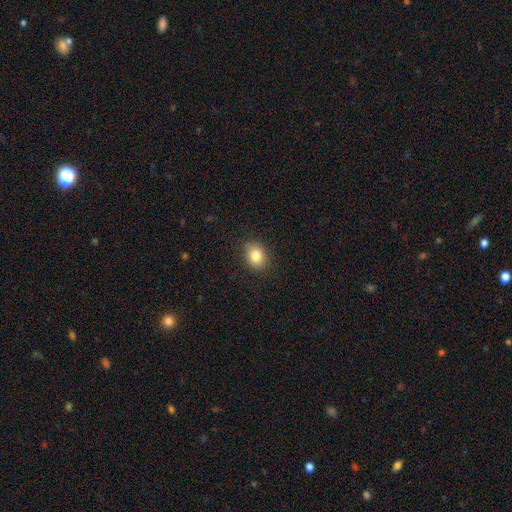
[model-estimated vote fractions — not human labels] Smooth or featured?
  - smooth: 84% *
  - star or artifact: 10%
  - featured or disk: 7%
How rounded?
  - in between: 51% *
  - round: 48%
  - cigar-shaped: 1%
Merging?
  - none: 86% *
  - minor disturbance: 10%
  - major disturbance: 3%
  - merger: 1%